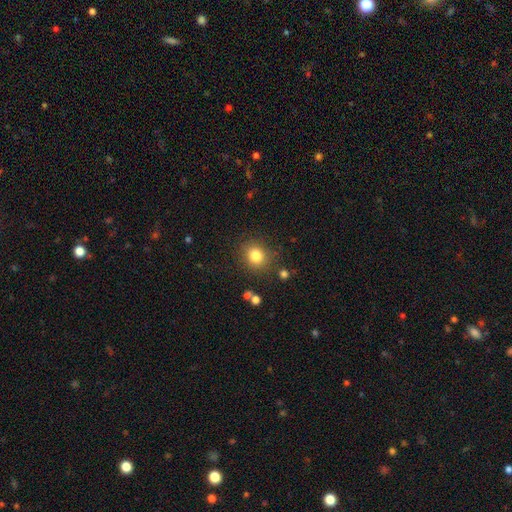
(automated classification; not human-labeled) A smooth galaxy with no disk features (81%) that is round (80%).

Vote fractions:
- Smooth or featured? smooth: 81% / star or artifact: 12% / featured or disk: 7%
- How rounded? round: 80% / in between: 19% / cigar-shaped: 1%
- Merging? none: 84% / minor disturbance: 10% / major disturbance: 4% / merger: 3%